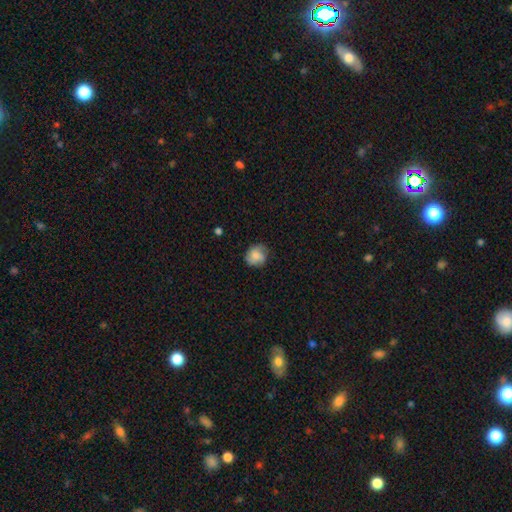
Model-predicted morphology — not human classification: Smooth or featured: smooth — 71% (featured or disk — 21%)
How rounded: round — 78% (in between — 21%)
Merging: none — 71% (minor disturbance — 22%)